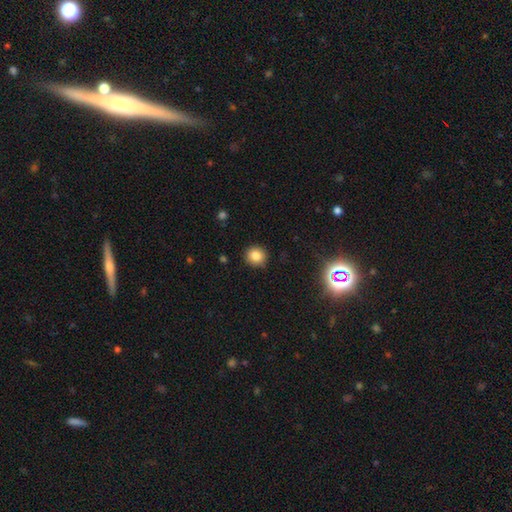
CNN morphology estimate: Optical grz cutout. It shows a smooth galaxy with no disk features (82%) that is round (90%). Merging: none (90%).